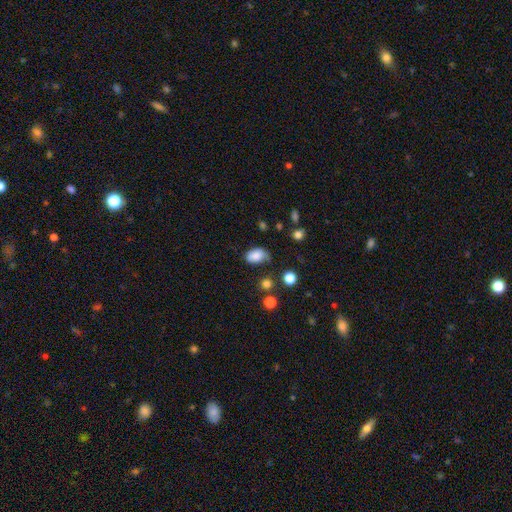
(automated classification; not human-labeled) Q: Smooth or featured?
A: smooth (82%); runner-up: star or artifact (9%)
Q: How rounded?
A: in between (86%); runner-up: round (12%)
Q: Merging?
A: none (49%); runner-up: minor disturbance (35%)